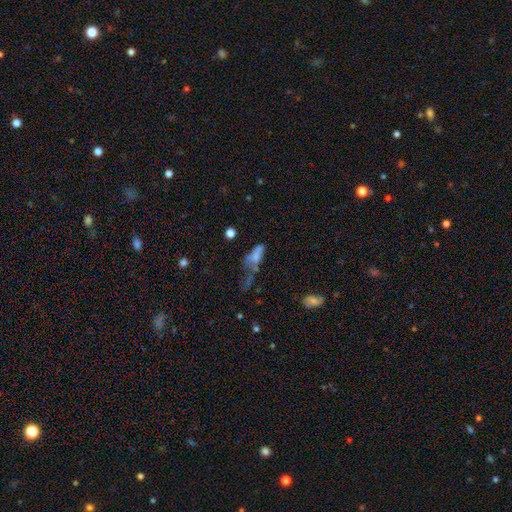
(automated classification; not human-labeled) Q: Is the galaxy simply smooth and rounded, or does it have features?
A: smooth — 59%.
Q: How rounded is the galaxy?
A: in between — 74%.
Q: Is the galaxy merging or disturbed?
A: major disturbance — 42%.